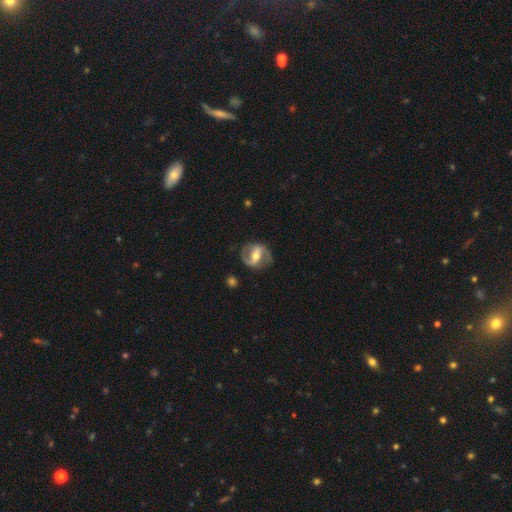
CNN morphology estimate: Q: Smooth or featured?
A: featured or disk (78%); runner-up: smooth (16%)
Q: Edge-on disk?
A: no (95%); runner-up: yes (5%)
Q: Bar?
A: strong (55%); runner-up: weak (31%)
Q: Spiral arms?
A: yes (83%); runner-up: no (17%)
Q: Spiral winding?
A: medium (47%); runner-up: loose (29%)
Q: Spiral arm count?
A: 2 (87%); runner-up: can't tell (6%)
Q: Bulge size?
A: moderate (66%); runner-up: small (25%)
Q: Merging?
A: none (79%); runner-up: minor disturbance (14%)